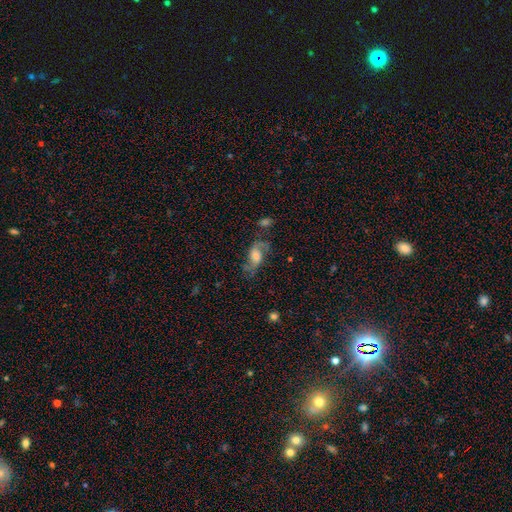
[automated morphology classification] A featured or disk galaxy (67%) with no bar (54%), 2 (81%) loose (49%) spiral arms (89%) and a moderate central bulge (39%).

Vote fractions:
- Smooth or featured? featured or disk: 67% / smooth: 22% / star or artifact: 11%
- Edge-on disk? no: 93% / yes: 7%
- Bar? no: 54% / weak: 37% / strong: 10%
- Spiral arms? yes: 89% / no: 11%
- Spiral winding? loose: 49% / medium: 39% / tight: 12%
- Spiral arm count? 2: 81% / can't tell: 8% / 1: 4% / 3: 3% / 4: 2% / more than 4: 1%
- Bulge size? moderate: 39% / large: 32% / small: 17% / none: 8% / dominant: 4%
- Merging? none: 58% / minor disturbance: 20% / major disturbance: 17% / merger: 5%